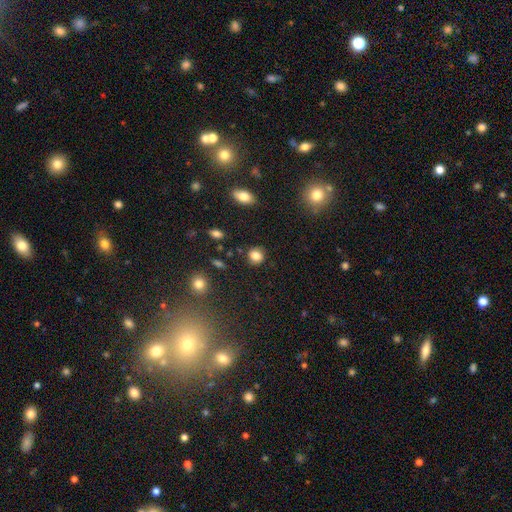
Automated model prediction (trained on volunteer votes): The model was most divided on "how rounded": round: 82%, in between: 17%, cigar-shaped: 1%. More confident: merging — none (86%); smooth or featured — smooth (84%).